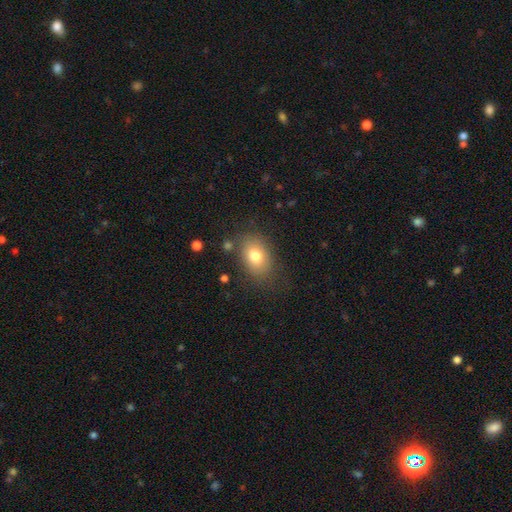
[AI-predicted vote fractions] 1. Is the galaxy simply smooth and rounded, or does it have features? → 78% smooth, 13% featured or disk, 10% star or artifact.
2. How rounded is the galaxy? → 77% in between, 22% round, 1% cigar-shaped.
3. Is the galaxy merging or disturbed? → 76% none, 15% minor disturbance, 6% major disturbance, 3% merger.